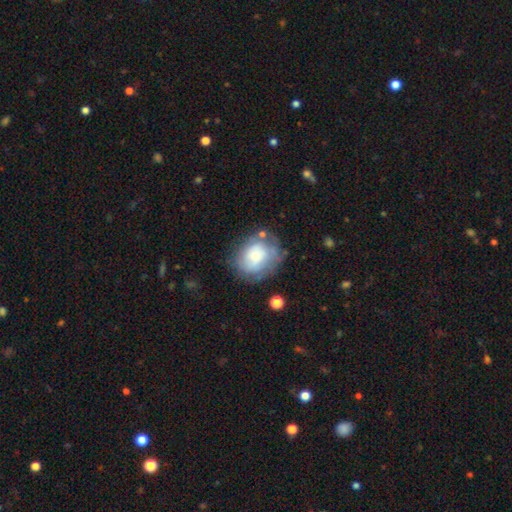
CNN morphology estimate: smooth 57%, featured or disk 34%, star or artifact 9%. Down the decision tree: how rounded — round (60%); merging — none (55%).